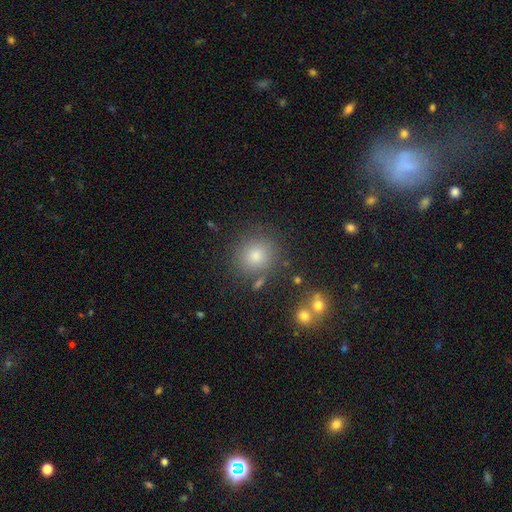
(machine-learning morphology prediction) Smooth or featured: smooth — 76% (star or artifact — 16%)
How rounded: round — 88% (in between — 11%)
Merging: none — 82% (minor disturbance — 9%)